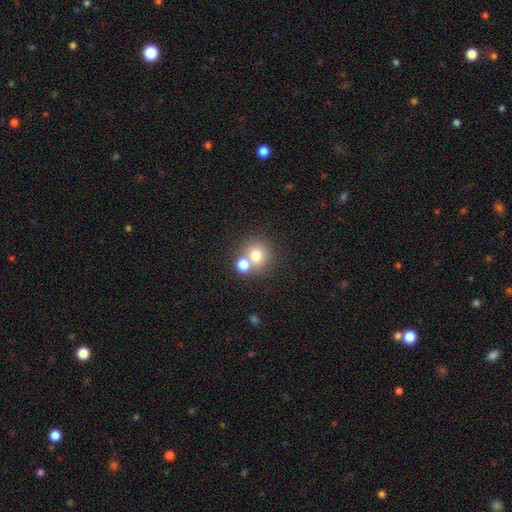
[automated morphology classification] Q: Smooth or featured?
A: smooth (75%); runner-up: star or artifact (14%)
Q: How rounded?
A: round (87%); runner-up: in between (12%)
Q: Merging?
A: none (52%); runner-up: merger (39%)